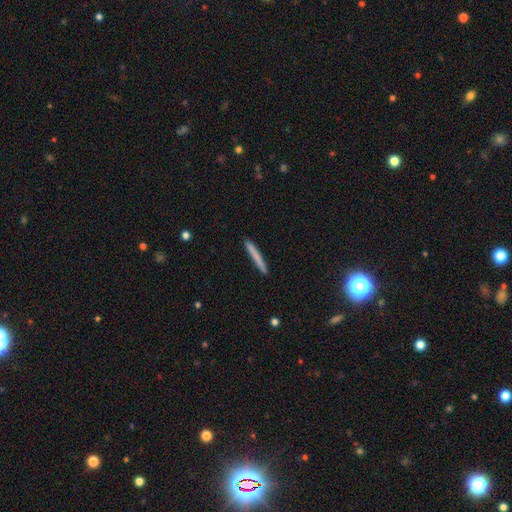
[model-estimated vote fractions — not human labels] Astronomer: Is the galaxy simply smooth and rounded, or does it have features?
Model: smooth — 71%.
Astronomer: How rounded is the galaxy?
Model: cigar-shaped — 97%.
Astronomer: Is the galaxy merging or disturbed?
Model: none — 91%.